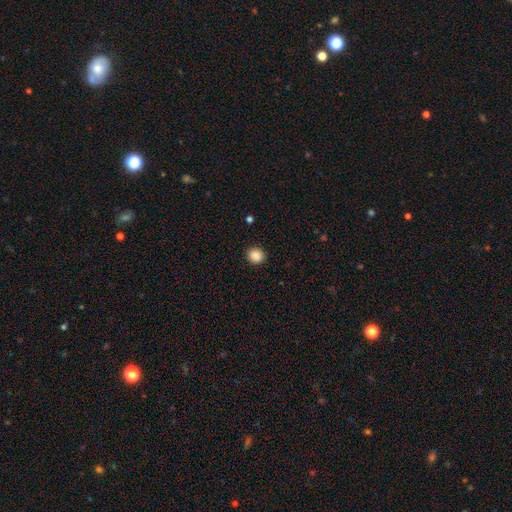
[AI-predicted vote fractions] Smooth or featured? smooth (88%)
How rounded? round (83%)
Merging? none (91%)